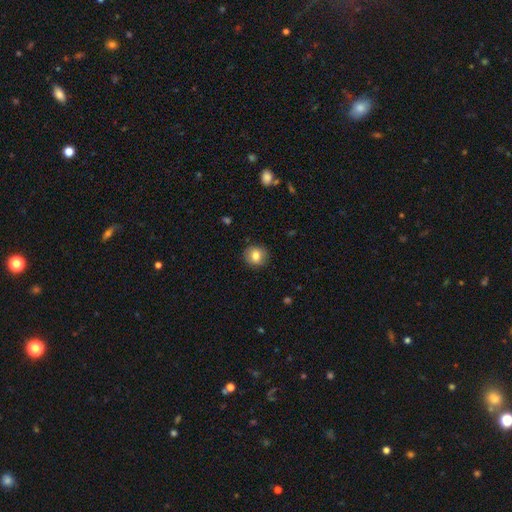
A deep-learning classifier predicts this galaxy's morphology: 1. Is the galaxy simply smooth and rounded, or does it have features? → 80% smooth, 11% featured or disk, 9% star or artifact.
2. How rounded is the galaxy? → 88% round, 12% in between, 1% cigar-shaped.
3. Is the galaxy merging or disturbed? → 90% none, 7% minor disturbance, 2% major disturbance, 1% merger.